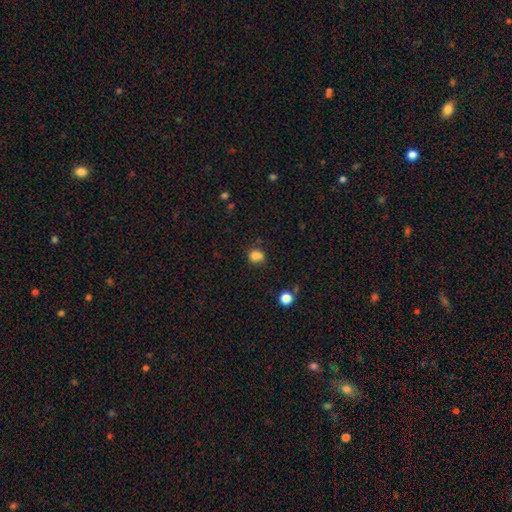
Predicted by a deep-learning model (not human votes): A smooth galaxy with no disk features (79%) that is round (69%). Merging: none (57%).